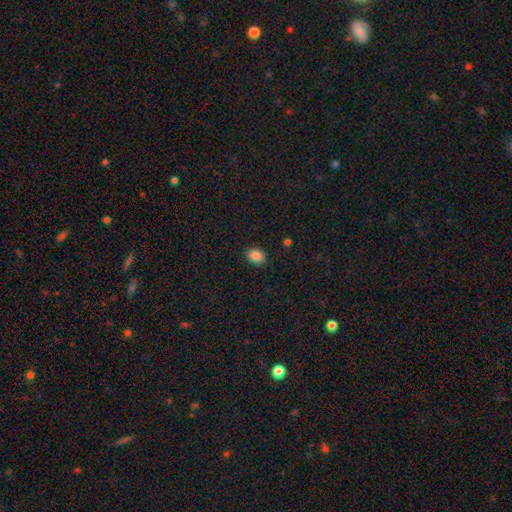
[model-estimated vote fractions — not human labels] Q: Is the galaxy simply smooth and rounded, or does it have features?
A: smooth — 87%.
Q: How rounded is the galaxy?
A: in between — 63%.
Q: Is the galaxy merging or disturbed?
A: none — 87%.